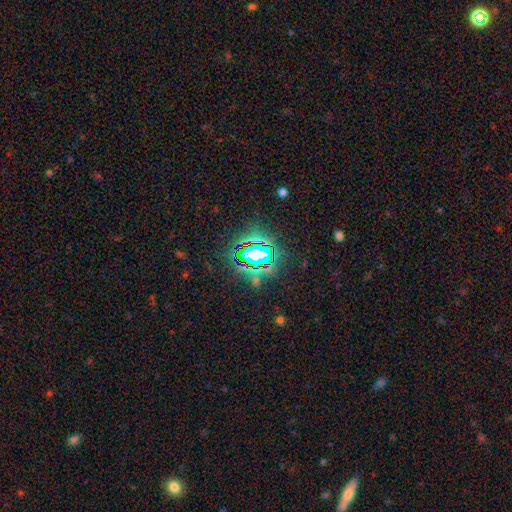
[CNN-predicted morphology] A star or artifact, not a galaxy (76%).

Vote fractions:
- Smooth or featured? star or artifact: 76% / smooth: 14% / featured or disk: 10%